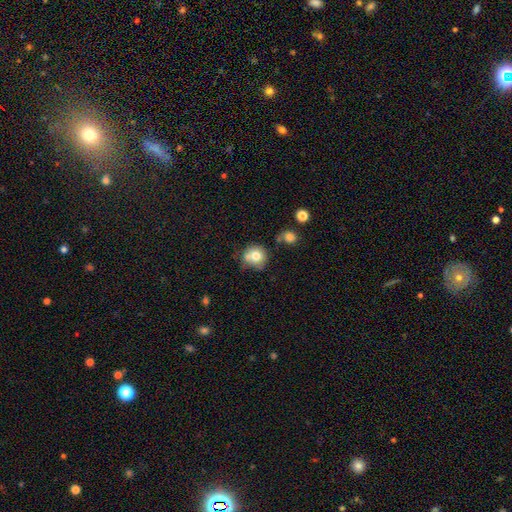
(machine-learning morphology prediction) Smooth or featured? Predicted: smooth (p=0.75). How rounded? Predicted: round (p=0.87). Merging? Predicted: none (p=0.58).